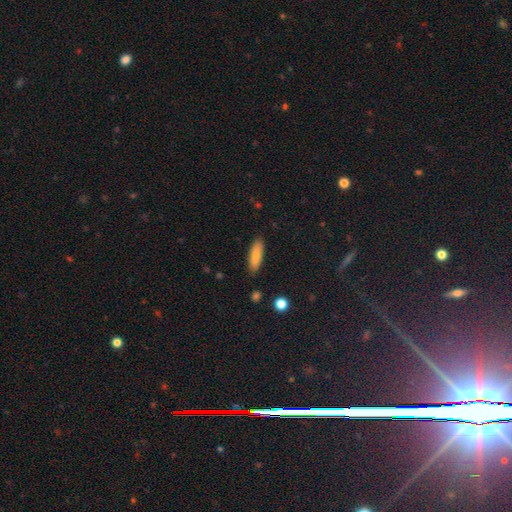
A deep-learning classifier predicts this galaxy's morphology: Smooth or featured? Predicted: smooth (p=0.83). How rounded? Predicted: cigar-shaped (p=0.55). Merging? Predicted: none (p=0.87).